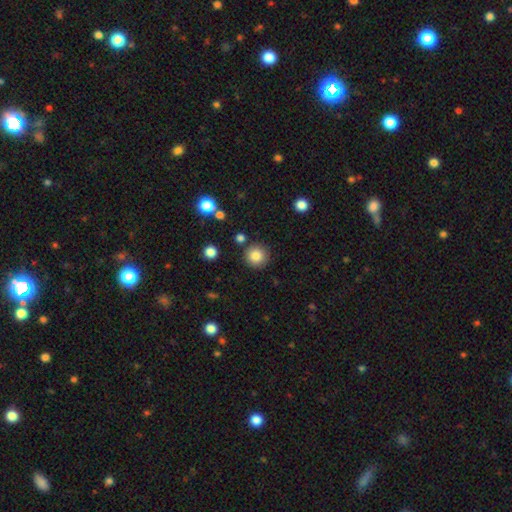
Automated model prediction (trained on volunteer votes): This appears to be a smooth galaxy with no disk features (84%) that is round (94%). Merging: none (86%).